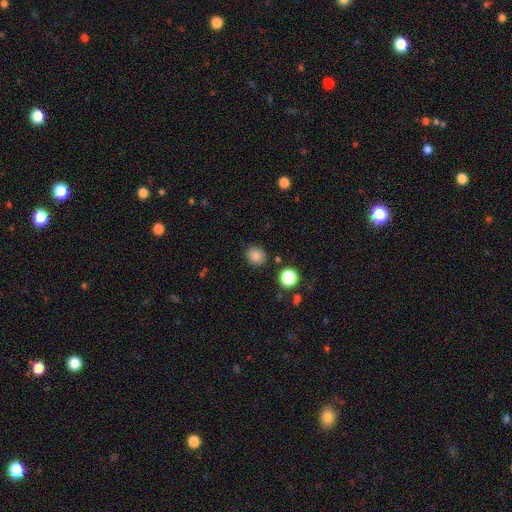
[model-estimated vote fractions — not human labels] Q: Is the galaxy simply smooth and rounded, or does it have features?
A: smooth — 84%.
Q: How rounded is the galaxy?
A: round — 73%.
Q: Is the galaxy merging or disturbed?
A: none — 85%.